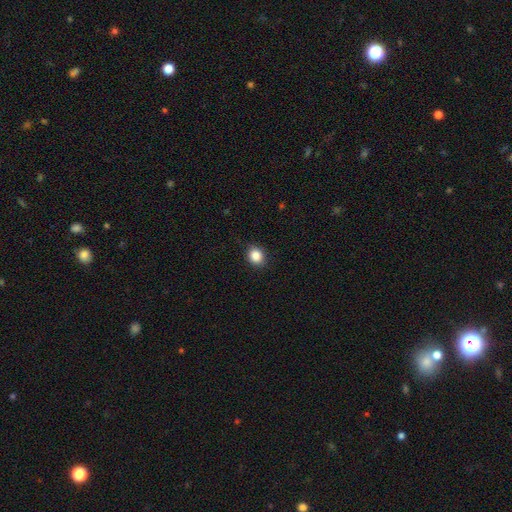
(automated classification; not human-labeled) smooth-or-featured: smooth: 86% | star or artifact: 10% | featured or disk: 4%
  how-rounded: round: 72% | in between: 27% | cigar-shaped: 1%
  merging: none: 88% | minor disturbance: 9% | major disturbance: 2% | merger: 1%